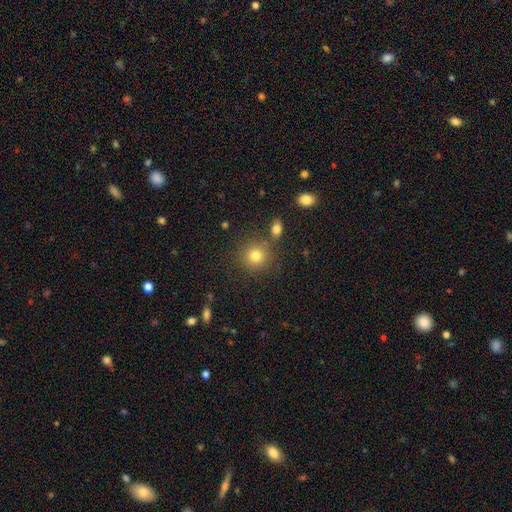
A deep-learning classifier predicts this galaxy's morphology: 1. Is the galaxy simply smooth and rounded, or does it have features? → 80% smooth, 12% star or artifact, 7% featured or disk.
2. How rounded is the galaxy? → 89% round, 10% in between, 1% cigar-shaped.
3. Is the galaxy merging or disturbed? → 80% none, 9% minor disturbance, 8% merger, 4% major disturbance.